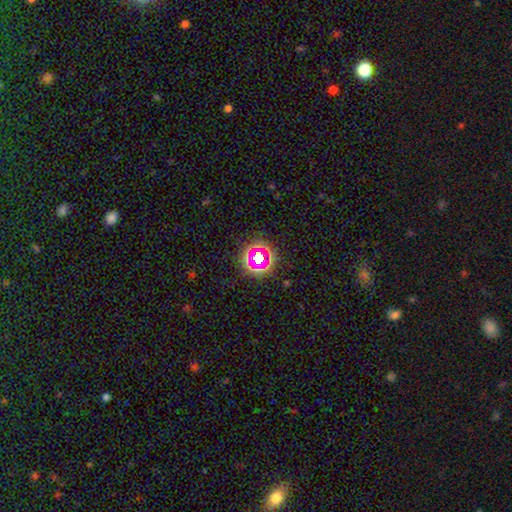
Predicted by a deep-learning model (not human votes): Smooth or featured? star or artifact (50%)